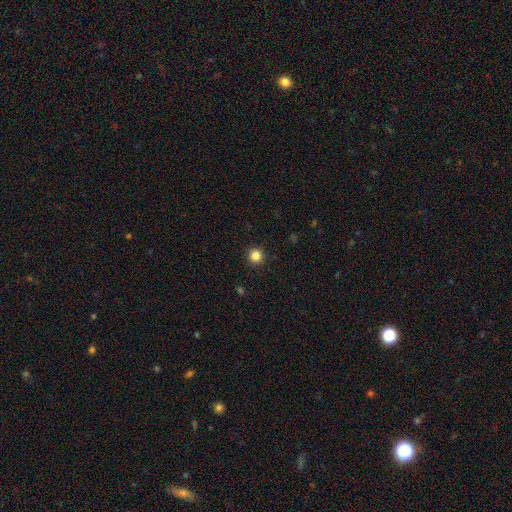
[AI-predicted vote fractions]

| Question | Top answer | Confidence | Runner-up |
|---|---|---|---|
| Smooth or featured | smooth | 85% | star or artifact (12%) |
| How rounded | round | 96% | in between (3%) |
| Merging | none | 93% | minor disturbance (5%) |